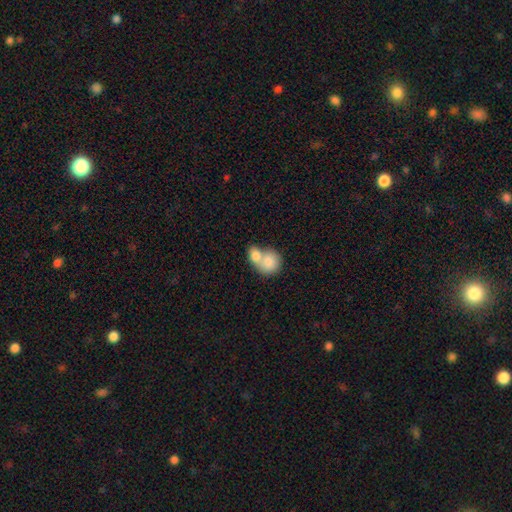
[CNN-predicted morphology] Smooth or featured? Predicted: smooth (p=0.79). How rounded? Predicted: round (p=0.61). Merging? Predicted: merger (p=0.72).